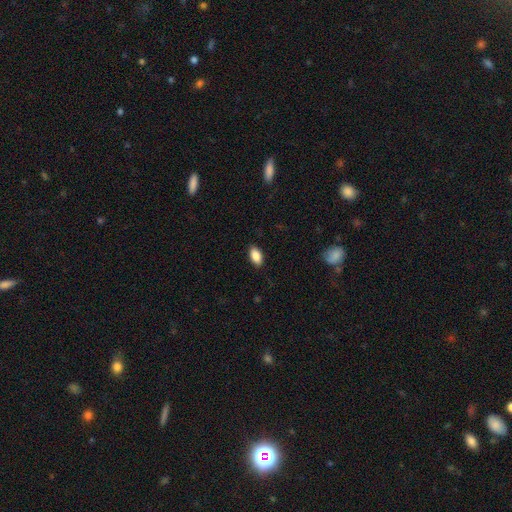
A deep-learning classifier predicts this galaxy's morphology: Q: Smooth or featured?
A: smooth (87%); runner-up: star or artifact (7%)
Q: How rounded?
A: in between (93%); runner-up: round (4%)
Q: Merging?
A: none (88%); runner-up: minor disturbance (9%)